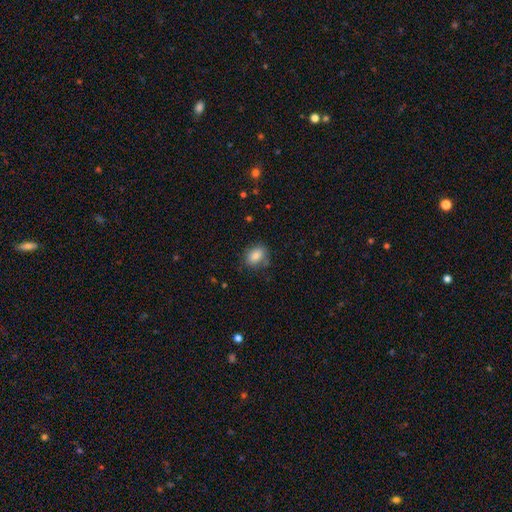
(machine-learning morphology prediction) This is clearly a smooth galaxy (82%). How rounded: likely in between (66%). Merging: likely none (76%).